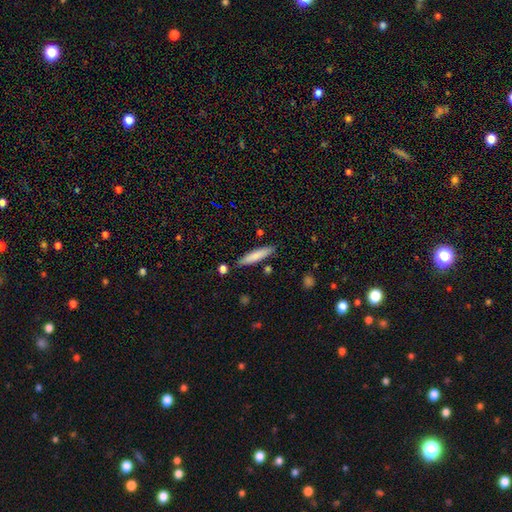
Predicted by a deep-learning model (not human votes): A smooth galaxy with no disk features (79%) that is cigar-shaped (85%).

Vote fractions:
- Smooth or featured? smooth: 79% / featured or disk: 15% / star or artifact: 6%
- How rounded? cigar-shaped: 85% / in between: 13% / round: 1%
- Merging? none: 84% / minor disturbance: 10% / merger: 3% / major disturbance: 2%